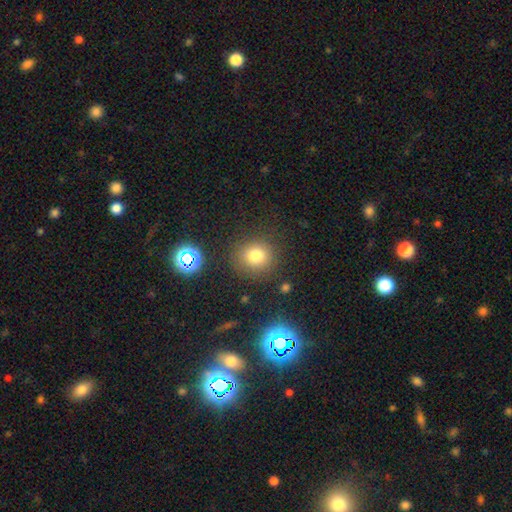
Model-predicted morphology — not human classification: smooth 75%, star or artifact 17%, featured or disk 8%. Down the decision tree: how rounded — round (88%); merging — none (85%).